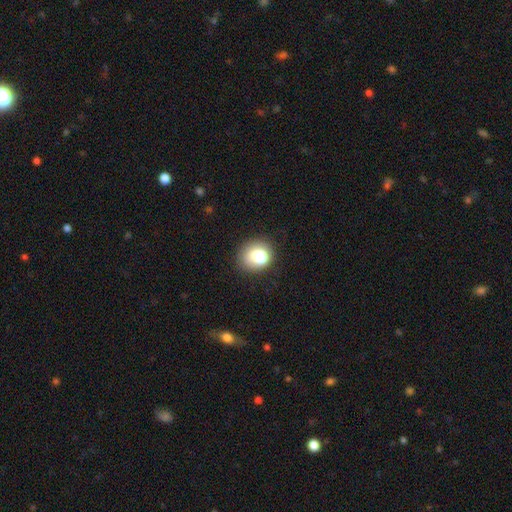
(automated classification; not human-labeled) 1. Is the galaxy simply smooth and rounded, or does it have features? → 74% smooth, 14% featured or disk, 12% star or artifact.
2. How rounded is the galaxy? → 66% round, 33% in between, 1% cigar-shaped.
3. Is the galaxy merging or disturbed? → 62% none, 20% minor disturbance, 10% merger, 8% major disturbance.